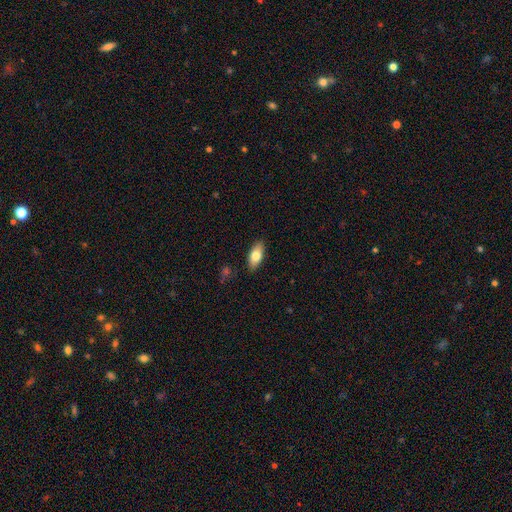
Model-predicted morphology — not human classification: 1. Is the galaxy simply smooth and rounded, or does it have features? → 75% smooth, 18% featured or disk, 6% star or artifact.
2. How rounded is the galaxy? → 84% in between, 13% cigar-shaped, 3% round.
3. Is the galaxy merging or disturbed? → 87% none, 10% minor disturbance, 2% major disturbance, 1% merger.